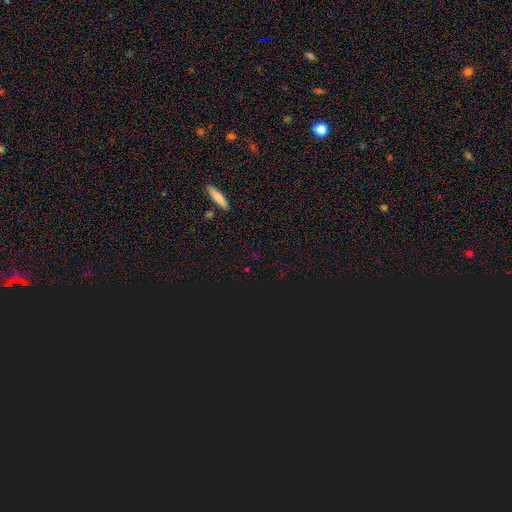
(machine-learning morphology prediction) star or artifact 64%, smooth 27%, featured or disk 9%.